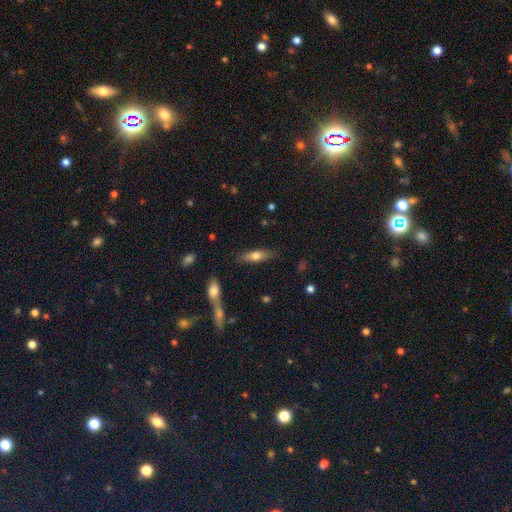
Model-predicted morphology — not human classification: This is likely a smooth galaxy (62%). How rounded: possibly cigar-shaped (52%). Merging: clearly none (81%).